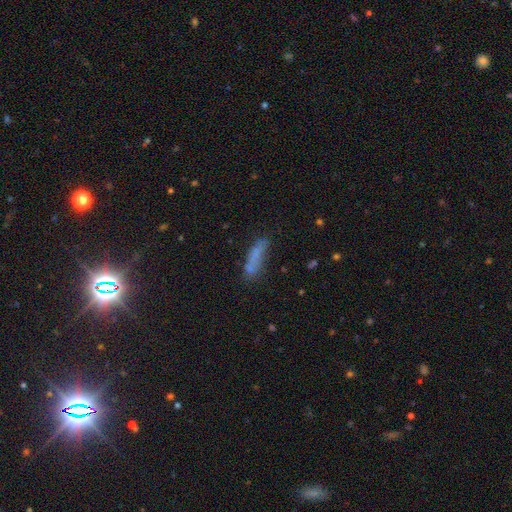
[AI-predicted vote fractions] smooth_or_featured: smooth (p=0.68) [alt: featured or disk p=0.20]
how_rounded: cigar-shaped (p=0.66) [alt: in between p=0.31]
merging: none (p=0.56) [alt: minor disturbance p=0.23]